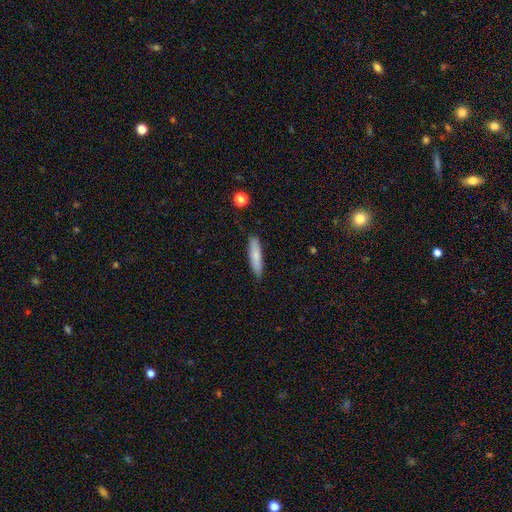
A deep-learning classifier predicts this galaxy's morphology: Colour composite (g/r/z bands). It shows a smooth galaxy with no disk features (79%) that is cigar-shaped (80%). Merging: none (86%).